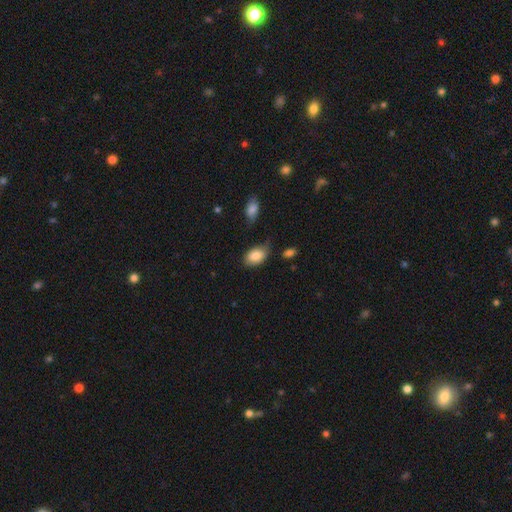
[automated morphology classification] Smooth or featured? Predicted: smooth (p=0.85). How rounded? Predicted: in between (p=0.91). Merging? Predicted: none (p=0.61).